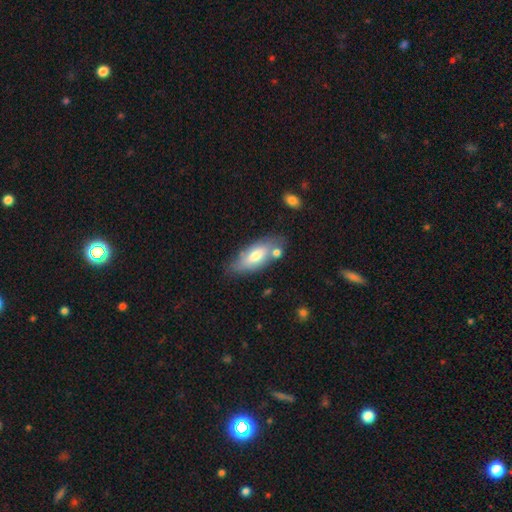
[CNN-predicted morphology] A smooth galaxy with no disk features (64%) that is in between round and cigar-shaped (77%). Merging: none (63%).